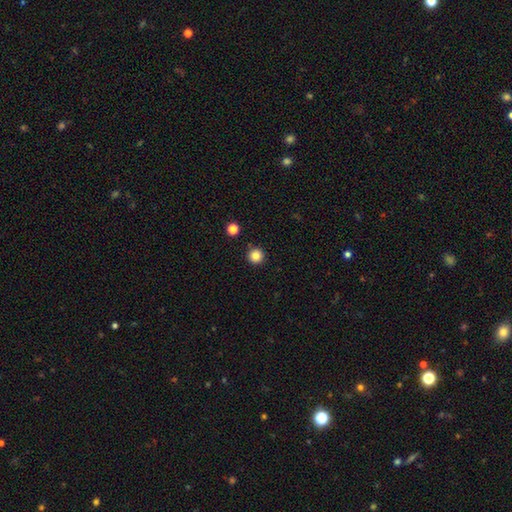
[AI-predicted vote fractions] Overall: smooth (84%). How rounded: round (96%). Merging: none (92%).